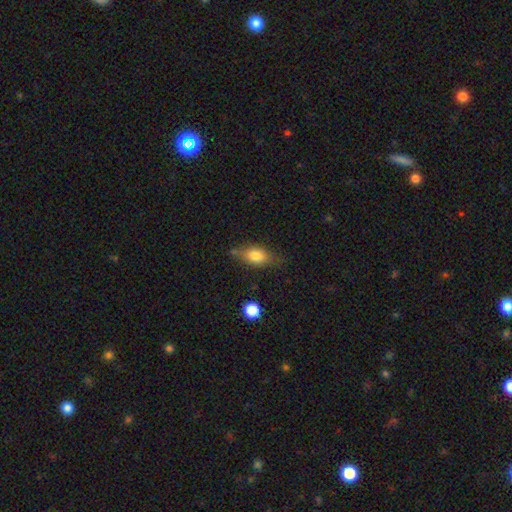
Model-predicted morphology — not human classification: This is likely a smooth galaxy (74%). How rounded: likely in between (80%). Merging: likely none (62%).